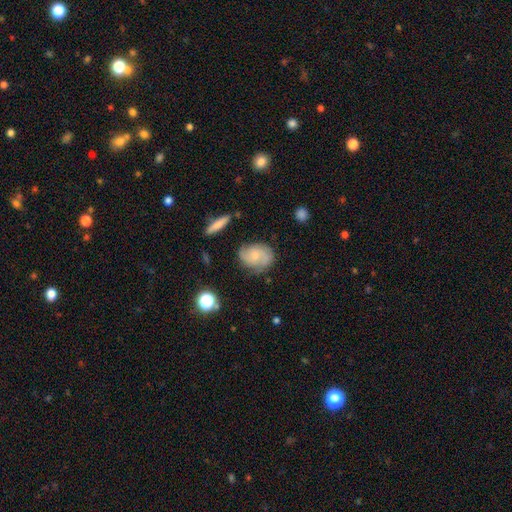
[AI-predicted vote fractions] A featured or disk galaxy (66%) with no bar (65%), 2 (70%) medium (46%) spiral arms (94%) and a small central bulge (57%).

Vote fractions:
- Smooth or featured? featured or disk: 66% / smooth: 27% / star or artifact: 7%
- Edge-on disk? no: 97% / yes: 3%
- Bar? no: 65% / weak: 31% / strong: 4%
- Spiral arms? yes: 94% / no: 6%
- Spiral winding? medium: 46% / tight: 36% / loose: 19%
- Spiral arm count? 2: 70% / can't tell: 13% / 3: 10% / 1: 3% / 4: 2% / more than 4: 2%
- Bulge size? small: 57% / moderate: 27% / none: 12% / large: 3% / dominant: 1%
- Merging? none: 74% / minor disturbance: 18% / major disturbance: 6% / merger: 2%